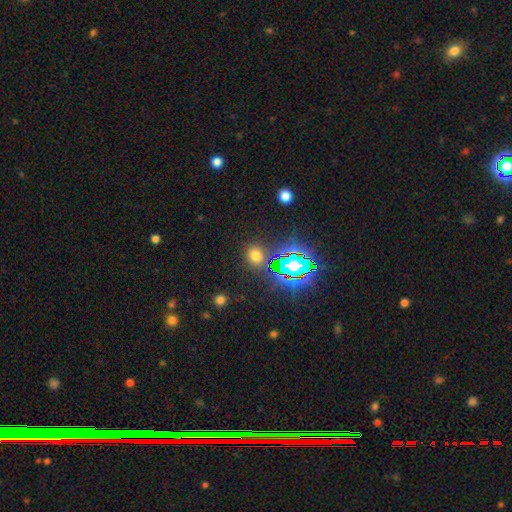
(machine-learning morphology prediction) Smooth or featured?
  - smooth: 59% *
  - star or artifact: 34%
  - featured or disk: 7%
How rounded?
  - round: 66% *
  - in between: 32%
  - cigar-shaped: 2%
Merging?
  - none: 83% *
  - minor disturbance: 9%
  - merger: 4%
  - major disturbance: 4%